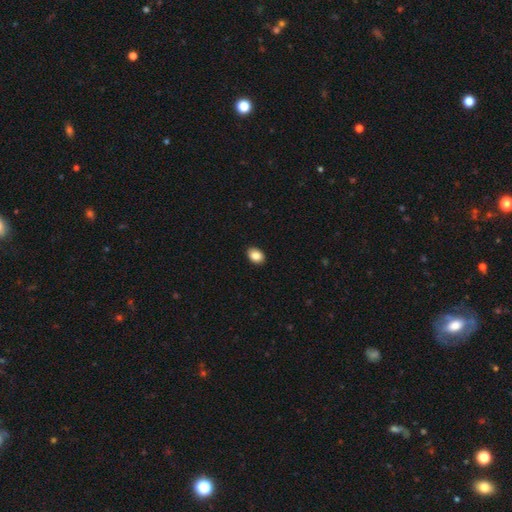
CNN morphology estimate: type=smooth (87%); roundness=in between (76%); merging=none (91%).